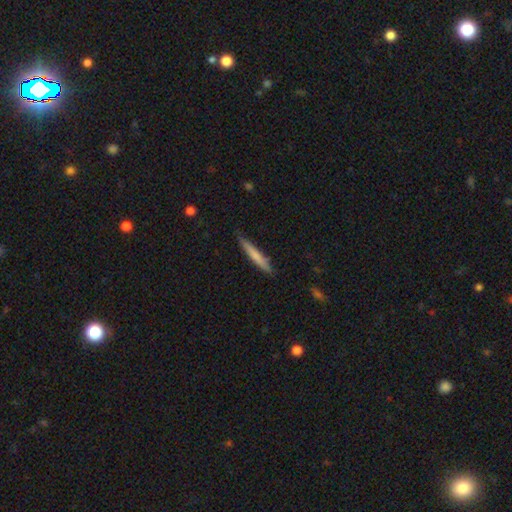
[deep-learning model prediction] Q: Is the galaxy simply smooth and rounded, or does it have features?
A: smooth — 69%.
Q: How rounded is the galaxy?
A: cigar-shaped — 95%.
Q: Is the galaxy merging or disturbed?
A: none — 86%.